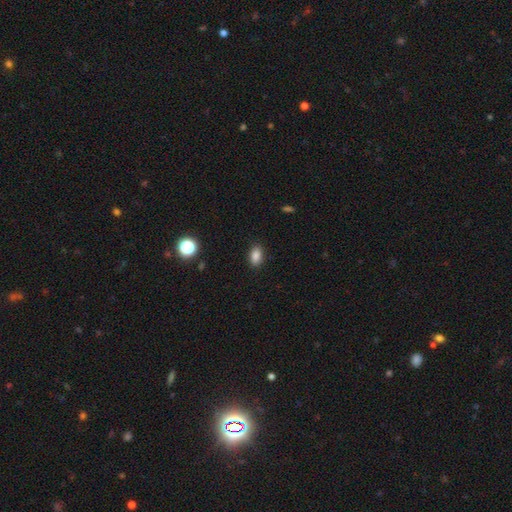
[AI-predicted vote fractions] smooth-or-featured: smooth: 85% | star or artifact: 10% | featured or disk: 4%
  how-rounded: in between: 88% | round: 9% | cigar-shaped: 3%
  merging: none: 88% | minor disturbance: 9% | major disturbance: 2% | merger: 1%